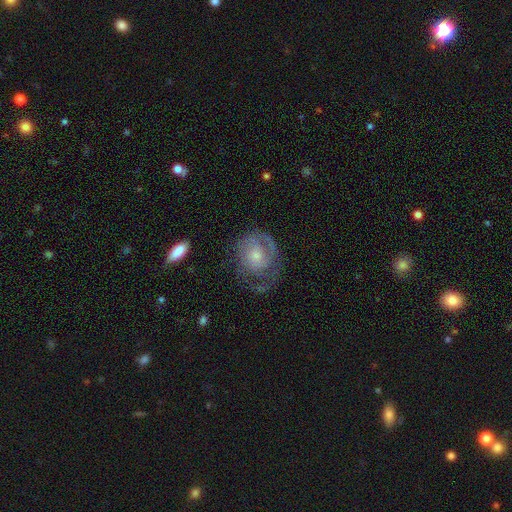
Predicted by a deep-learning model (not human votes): Smooth or featured?
  - featured or disk: 67% *
  - smooth: 26%
  - star or artifact: 7%
Edge-on disk?
  - no: 97% *
  - yes: 3%
Bar?
  - no: 74% *
  - weak: 23%
  - strong: 3%
Spiral arms?
  - yes: 84% *
  - no: 16%
Spiral winding?
  - tight: 52% *
  - medium: 33%
  - loose: 15%
Spiral arm count?
  - 2: 33% *
  - can't tell: 29%
  - 1: 26%
  - 3: 7%
  - 4: 3%
  - more than 4: 3%
Bulge size?
  - small: 51% *
  - moderate: 38%
  - large: 5%
  - none: 4%
  - dominant: 1%
Merging?
  - none: 50% *
  - major disturbance: 26%
  - minor disturbance: 22%
  - merger: 2%